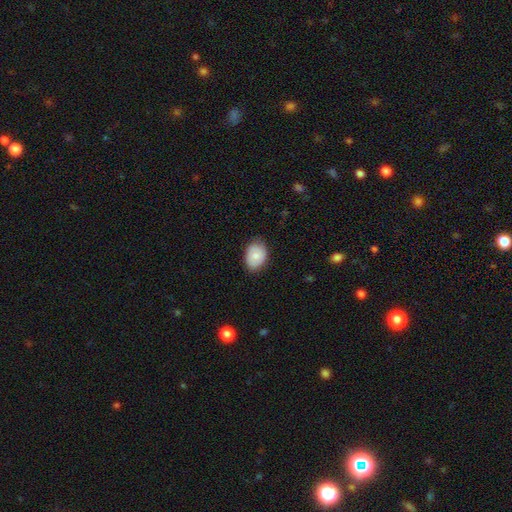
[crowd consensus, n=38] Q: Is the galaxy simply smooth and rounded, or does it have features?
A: smooth — 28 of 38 (74%).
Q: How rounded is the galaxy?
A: in between — 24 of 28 (86%).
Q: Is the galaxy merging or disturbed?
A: none — 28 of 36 (78%).